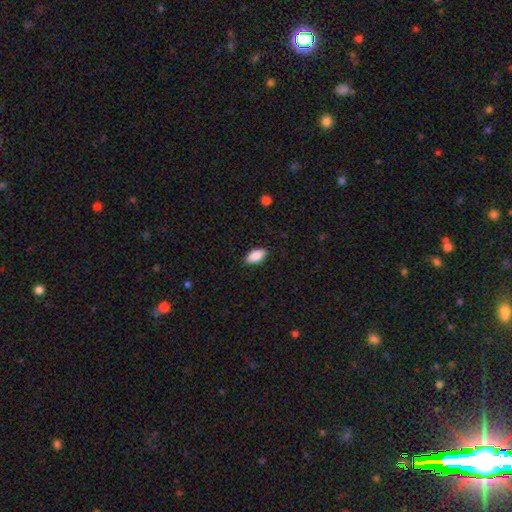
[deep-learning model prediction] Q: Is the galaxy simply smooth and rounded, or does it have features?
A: smooth — 87%.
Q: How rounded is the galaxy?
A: in between — 92%.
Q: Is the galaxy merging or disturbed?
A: none — 87%.